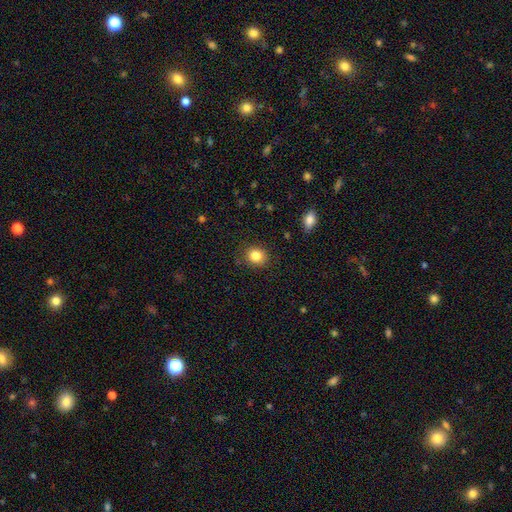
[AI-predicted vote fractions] Smooth or featured? Predicted: smooth (p=0.84). How rounded? Predicted: round (p=0.75). Merging? Predicted: none (p=0.88).